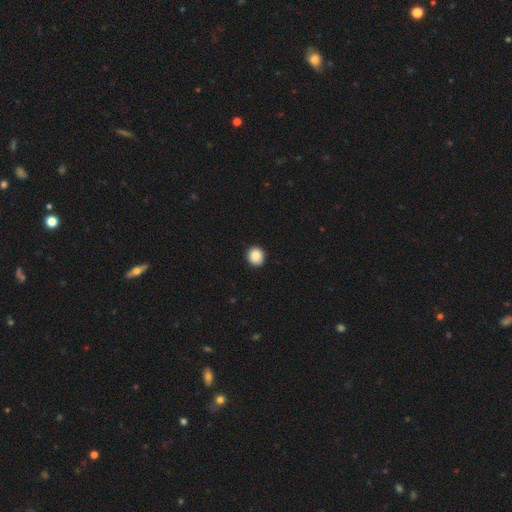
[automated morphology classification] Smooth or featured?
  - smooth: 88% *
  - star or artifact: 9%
  - featured or disk: 3%
How rounded?
  - round: 90% *
  - in between: 9%
  - cigar-shaped: 1%
Merging?
  - none: 92% *
  - minor disturbance: 6%
  - major disturbance: 1%
  - merger: 1%